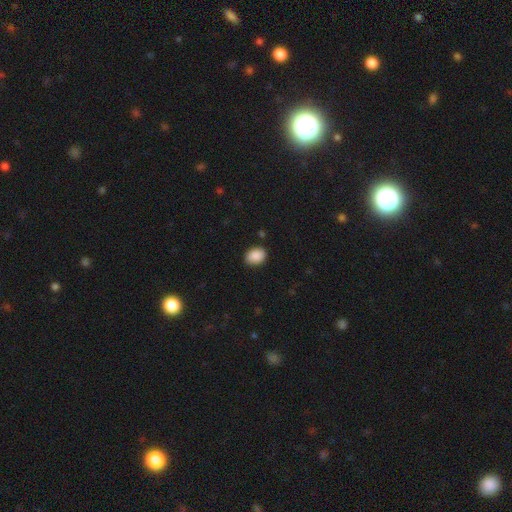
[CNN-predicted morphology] Smooth or featured?
  - smooth: 90% *
  - star or artifact: 7%
  - featured or disk: 3%
How rounded?
  - in between: 69% *
  - round: 30%
  - cigar-shaped: 1%
Merging?
  - none: 86% *
  - minor disturbance: 10%
  - major disturbance: 2%
  - merger: 1%